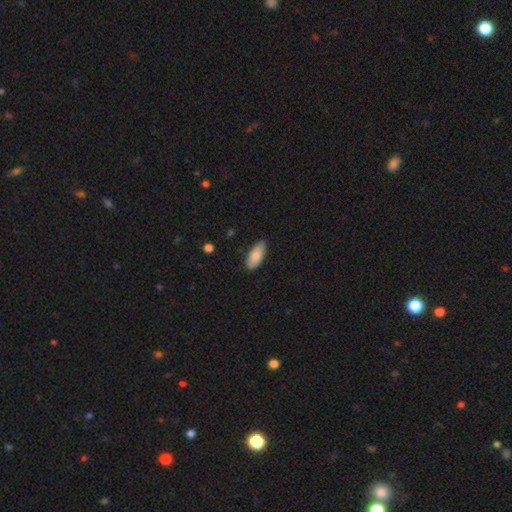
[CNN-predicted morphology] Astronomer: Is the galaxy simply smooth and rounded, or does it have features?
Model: smooth — 83%.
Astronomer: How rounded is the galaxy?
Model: in between — 85%.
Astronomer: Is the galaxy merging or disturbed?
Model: none — 83%.